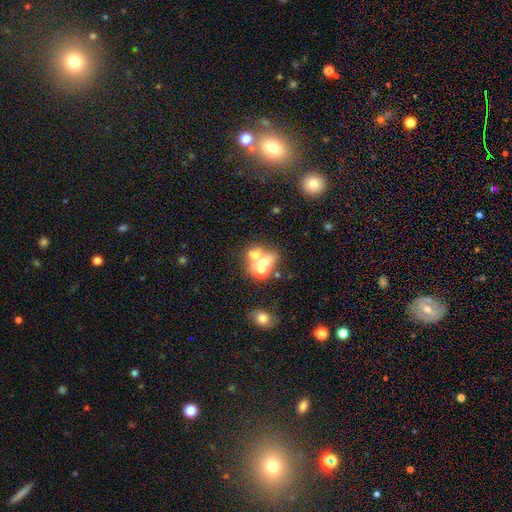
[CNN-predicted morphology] Overall: smooth (52%; featured or disk 32%). How rounded: round (52%; in between 47%). Merging: merger (62%; none 23%).